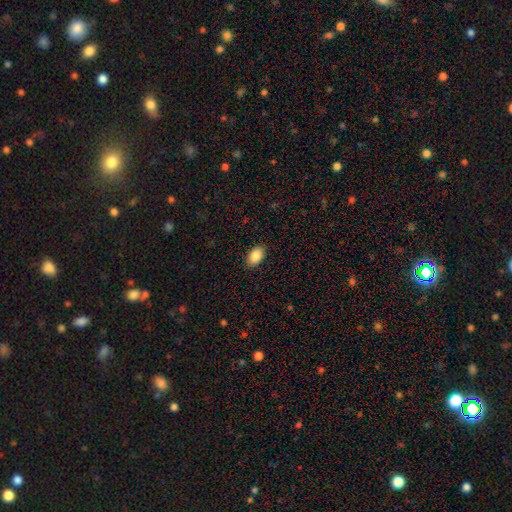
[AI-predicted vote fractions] Morphology: type=smooth (89%); roundness=in between (91%); merging=none (87%).